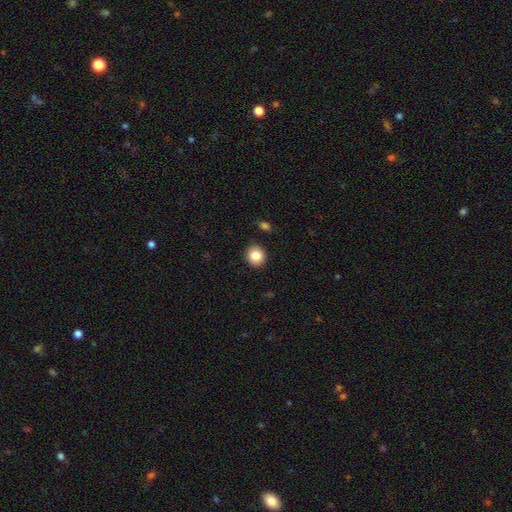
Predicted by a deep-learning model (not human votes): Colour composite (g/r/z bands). It shows a smooth galaxy with no disk features (85%) that is round (78%). Merging: none (90%).